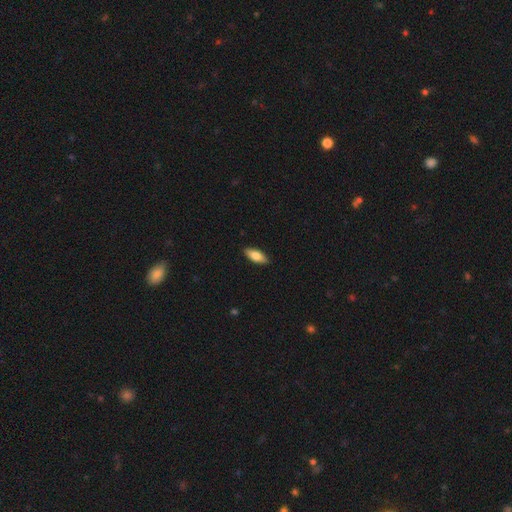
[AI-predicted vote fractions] Overall: smooth (77%). How rounded: in between (79%). Merging: none (89%).